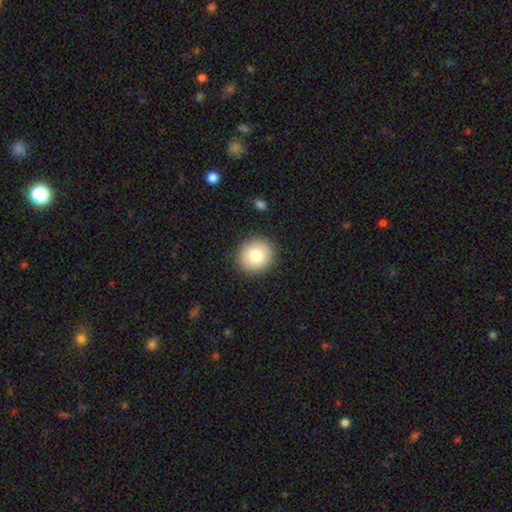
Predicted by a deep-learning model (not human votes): A smooth galaxy with no disk features (81%) that is round (89%).

Vote fractions:
- Smooth or featured? smooth: 81% / featured or disk: 10% / star or artifact: 9%
- How rounded? round: 89% / in between: 10% / cigar-shaped: 1%
- Merging? none: 90% / minor disturbance: 7% / major disturbance: 2% / merger: 1%